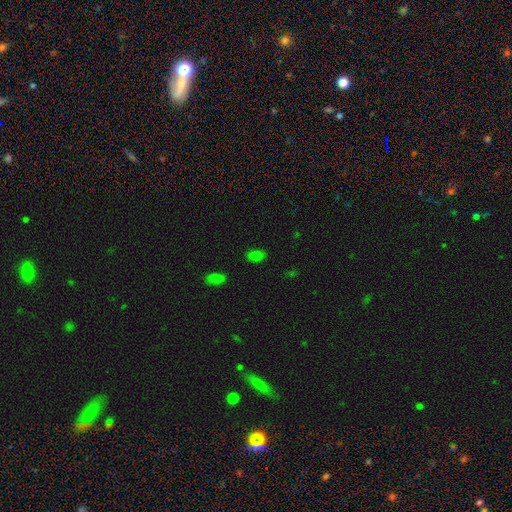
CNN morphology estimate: A smooth galaxy with no disk features (77%) that is in between round and cigar-shaped (90%). Merging: none (82%).